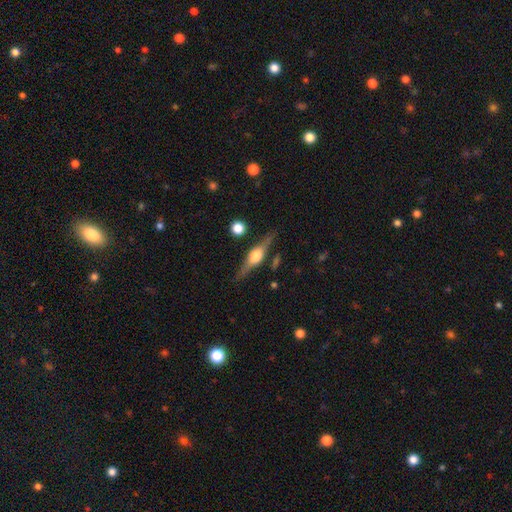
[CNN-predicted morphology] Smooth or featured? featured or disk (75%)
Edge-on disk? yes (97%)
Edge-on bulge? rounded (90%)
Merging? none (84%)